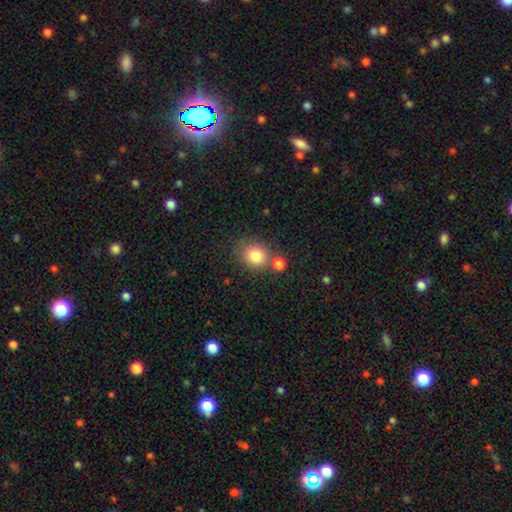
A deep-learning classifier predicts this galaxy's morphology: type=smooth (81%); roundness=round (69%); merging=none (61%).